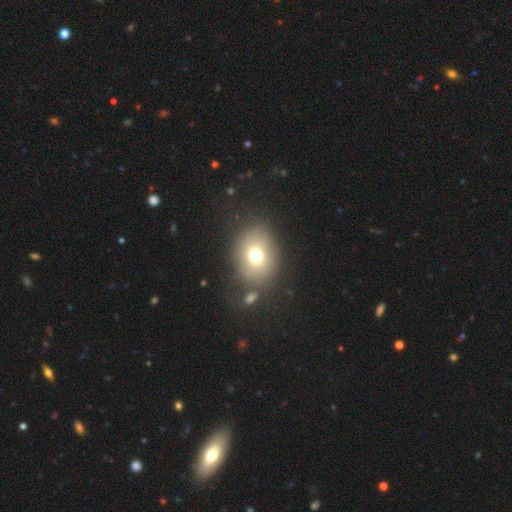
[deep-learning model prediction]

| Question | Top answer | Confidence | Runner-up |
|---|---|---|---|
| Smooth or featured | smooth | 73% | featured or disk (14%) |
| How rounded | in between | 56% | round (43%) |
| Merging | none | 74% | minor disturbance (12%) |